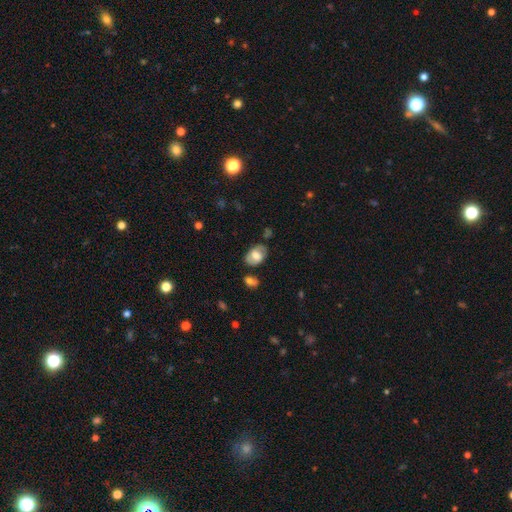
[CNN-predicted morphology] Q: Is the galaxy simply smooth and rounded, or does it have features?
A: smooth — 56%.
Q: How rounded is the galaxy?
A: in between — 86%.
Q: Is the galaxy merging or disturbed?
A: none — 69%.